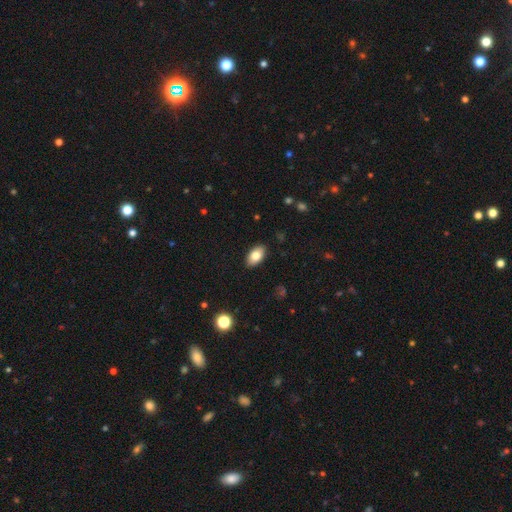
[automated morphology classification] type=smooth (79%); roundness=in between (93%); merging=none (89%).